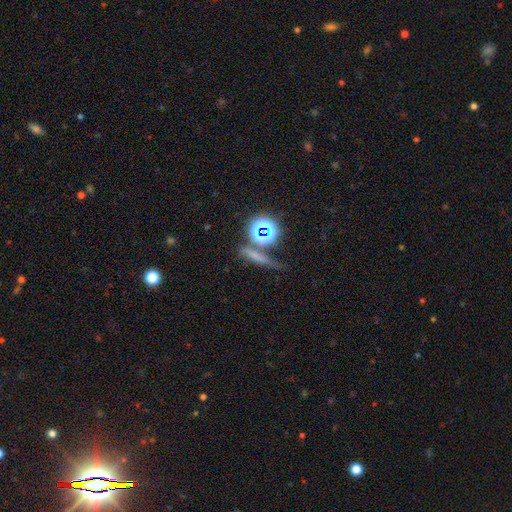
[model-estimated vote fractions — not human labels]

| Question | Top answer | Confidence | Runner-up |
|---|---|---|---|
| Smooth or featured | smooth | 52% | star or artifact (30%) |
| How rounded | cigar-shaped | 61% | round (22%) |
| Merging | none | 66% | minor disturbance (15%) |